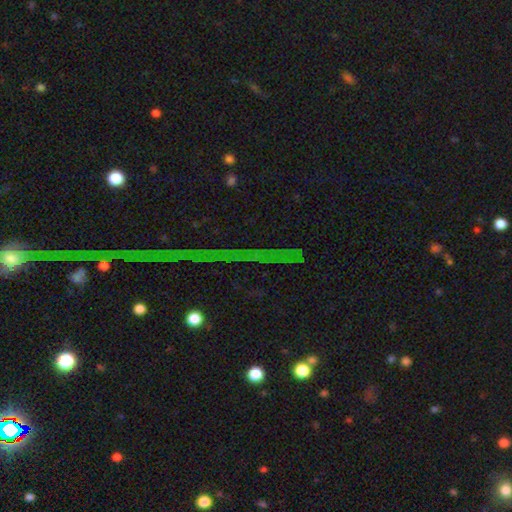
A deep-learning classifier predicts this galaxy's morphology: Overall: star or artifact (81%).